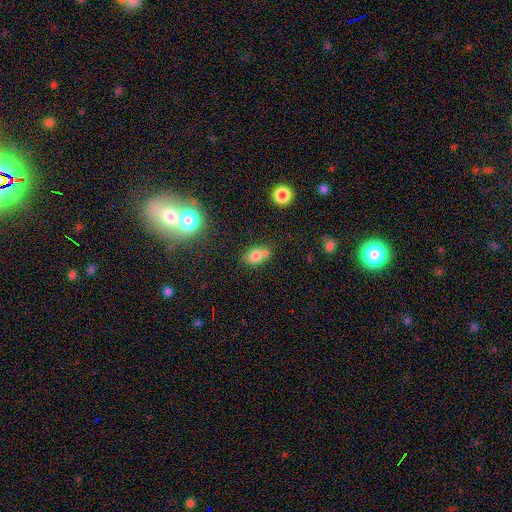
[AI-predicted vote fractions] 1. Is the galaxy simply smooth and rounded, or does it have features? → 74% smooth, 14% featured or disk, 12% star or artifact.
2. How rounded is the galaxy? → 73% in between, 25% round, 2% cigar-shaped.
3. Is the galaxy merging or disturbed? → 48% none, 32% merger, 15% minor disturbance, 5% major disturbance.